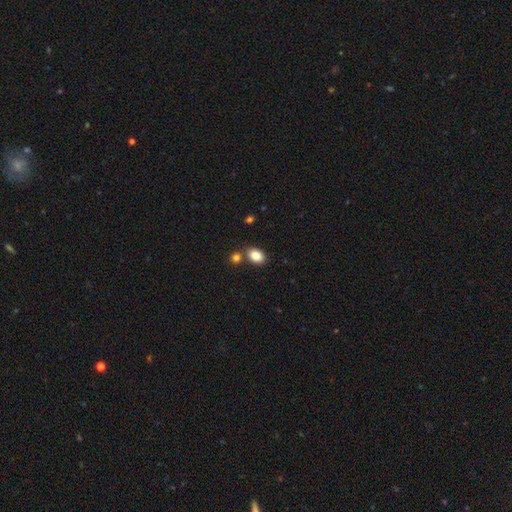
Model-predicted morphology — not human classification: Q: Smooth or featured?
A: smooth (87%); runner-up: star or artifact (8%)
Q: How rounded?
A: in between (80%); runner-up: round (18%)
Q: Merging?
A: none (71%); runner-up: merger (16%)